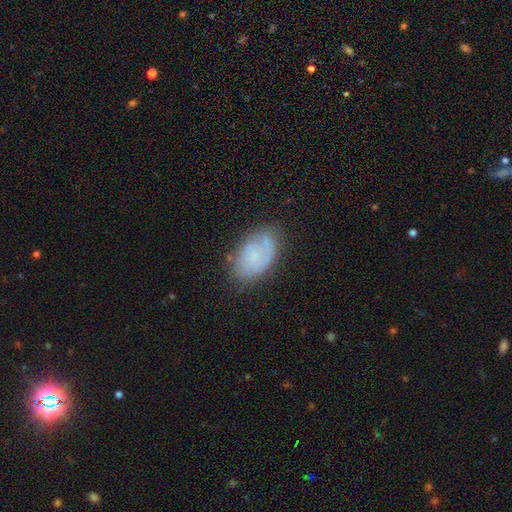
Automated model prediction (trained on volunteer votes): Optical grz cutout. It shows a smooth galaxy with no disk features (51%) that is in between round and cigar-shaped (91%). Merging: none (66%).